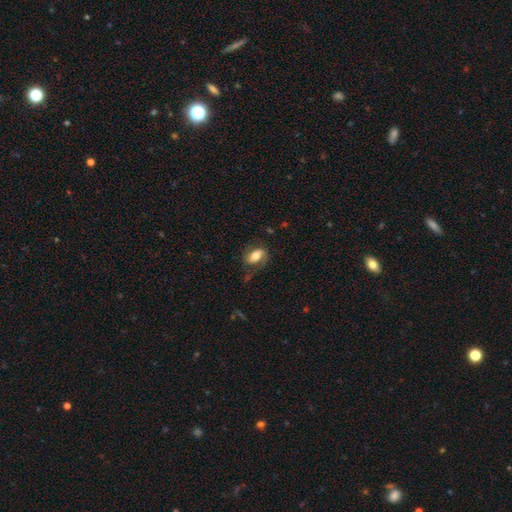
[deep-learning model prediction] Smooth or featured? smooth (58%)
How rounded? in between (87%)
Merging? none (57%)